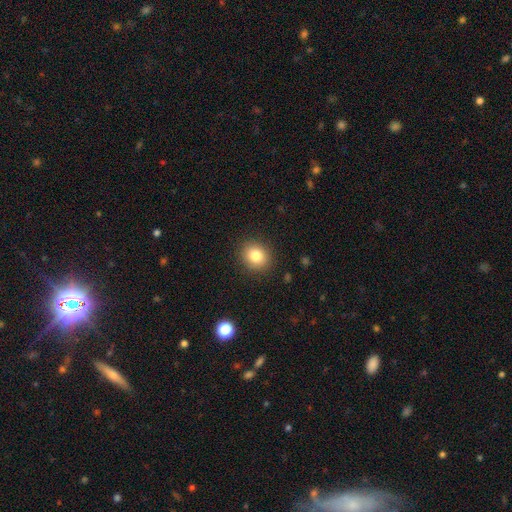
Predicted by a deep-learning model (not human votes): Morphology: type=smooth (82%); roundness=round (76%); merging=none (89%).